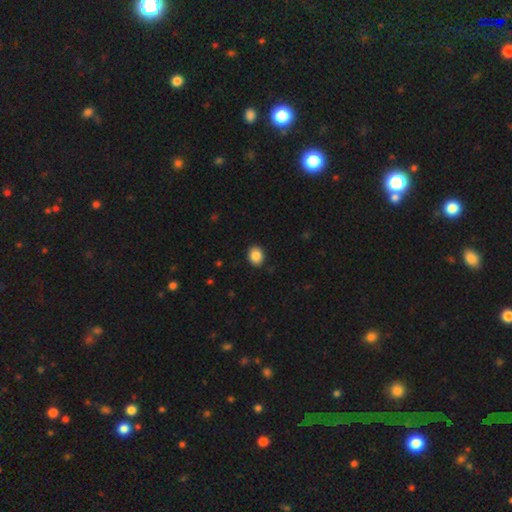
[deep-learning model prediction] Q: Smooth or featured?
A: smooth (87%); runner-up: star or artifact (9%)
Q: How rounded?
A: round (52%); runner-up: in between (47%)
Q: Merging?
A: none (91%); runner-up: minor disturbance (7%)